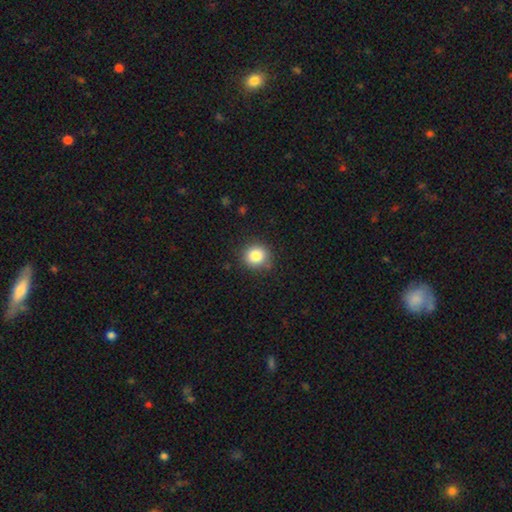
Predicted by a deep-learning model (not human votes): smooth 84%, star or artifact 10%, featured or disk 5%. Down the decision tree: how rounded — round (89%); merging — none (86%).